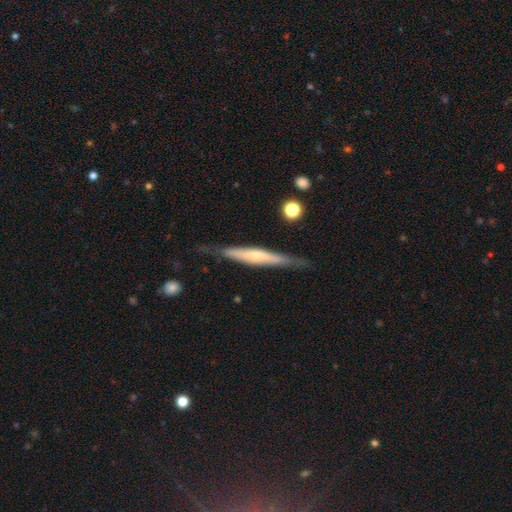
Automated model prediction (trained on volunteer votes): Overall: featured or disk (56%; smooth 38%). Edge-on disk: yes (92%). Edge-on bulge: rounded (51%; none 37%). Merging: none (77%).